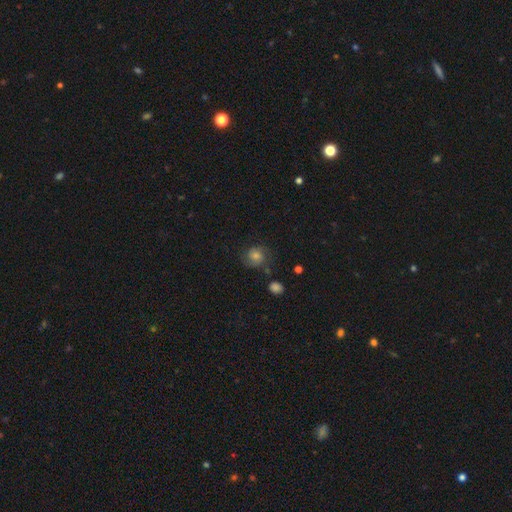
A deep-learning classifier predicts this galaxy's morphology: smooth 50%, featured or disk 33%, star or artifact 17%. Down the decision tree: how rounded — round (82%); merging — none (72%).